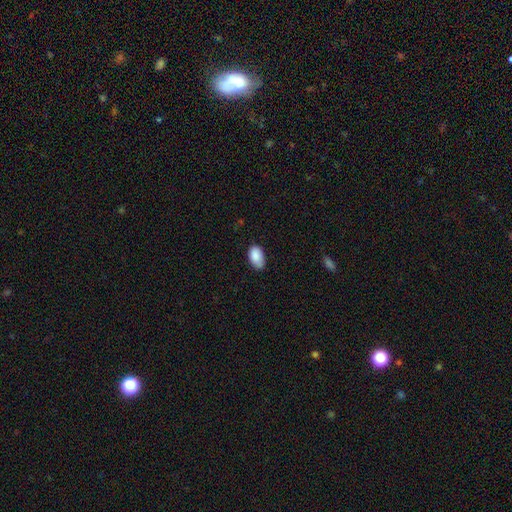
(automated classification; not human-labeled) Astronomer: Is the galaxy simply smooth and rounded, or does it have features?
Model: smooth — 88%.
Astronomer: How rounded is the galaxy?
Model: in between — 93%.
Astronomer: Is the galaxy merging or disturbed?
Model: none — 69%.